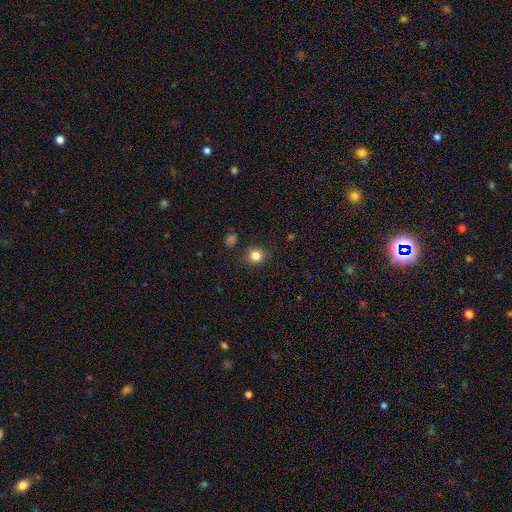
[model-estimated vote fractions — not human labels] smooth 84%, star or artifact 12%, featured or disk 5%. Down the decision tree: how rounded — round (87%); merging — none (87%).